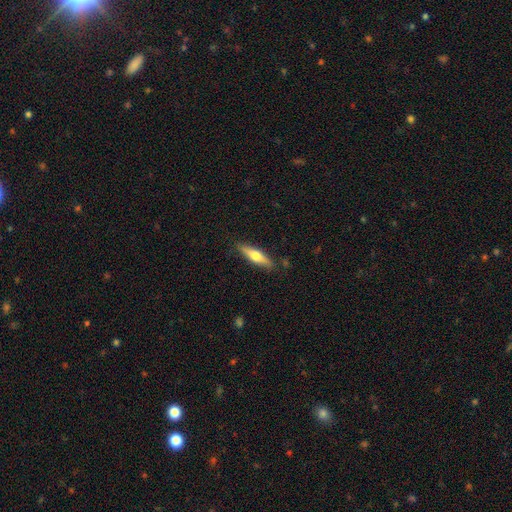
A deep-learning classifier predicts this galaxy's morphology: smooth 55%, featured or disk 40%, star or artifact 6%. Down the decision tree: how rounded — cigar-shaped (69%); merging — none (85%).